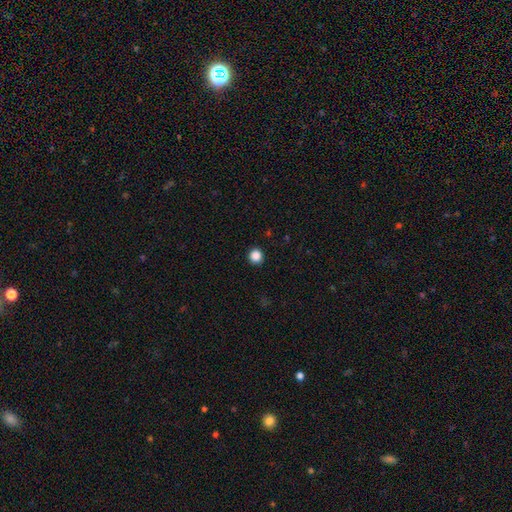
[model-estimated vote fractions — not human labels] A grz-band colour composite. It shows a smooth galaxy with no disk features (87%) that is round (92%). Merging: none (92%).